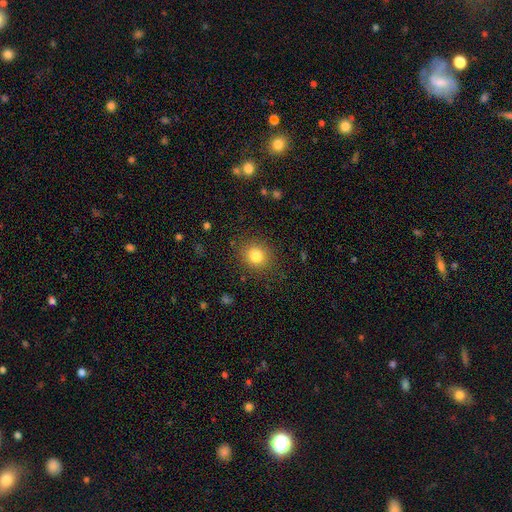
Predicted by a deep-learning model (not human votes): Smooth or featured? smooth (81%)
How rounded? round (78%)
Merging? none (87%)